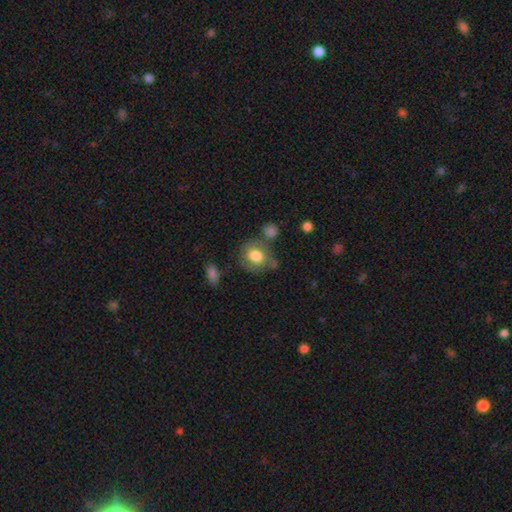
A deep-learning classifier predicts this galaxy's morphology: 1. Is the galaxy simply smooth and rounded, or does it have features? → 72% smooth, 20% featured or disk, 8% star or artifact.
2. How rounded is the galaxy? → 65% round, 34% in between, 1% cigar-shaped.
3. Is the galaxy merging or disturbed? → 61% none, 20% minor disturbance, 11% merger, 9% major disturbance.